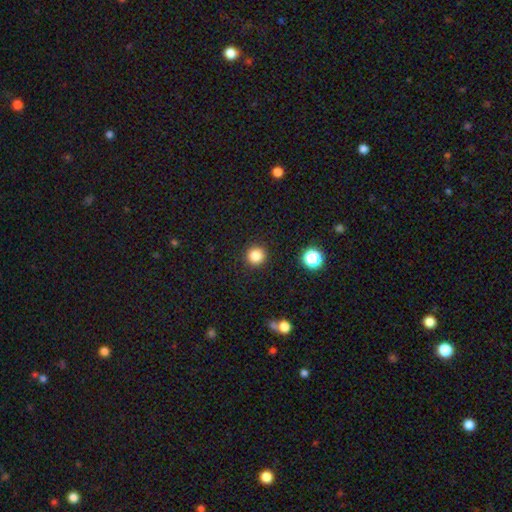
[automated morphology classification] type=smooth (84%); roundness=round (94%); merging=none (92%).